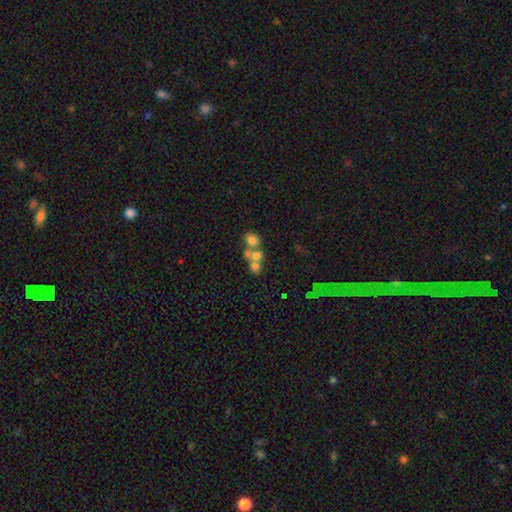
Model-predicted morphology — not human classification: This appears to be a star or artifact, not a galaxy (50%).